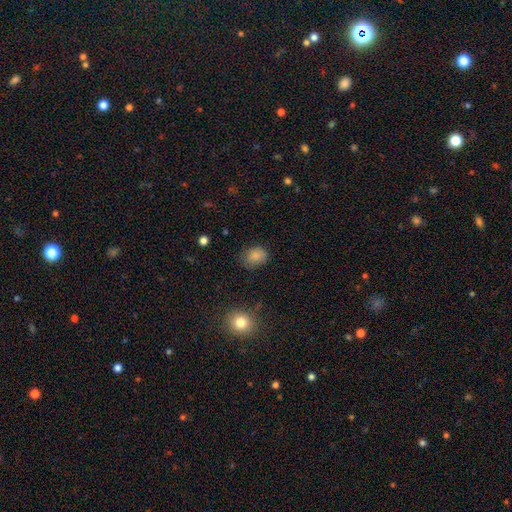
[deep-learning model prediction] smooth 84%, star or artifact 10%, featured or disk 6%. Down the decision tree: how rounded — in between (60%); merging — none (69%).